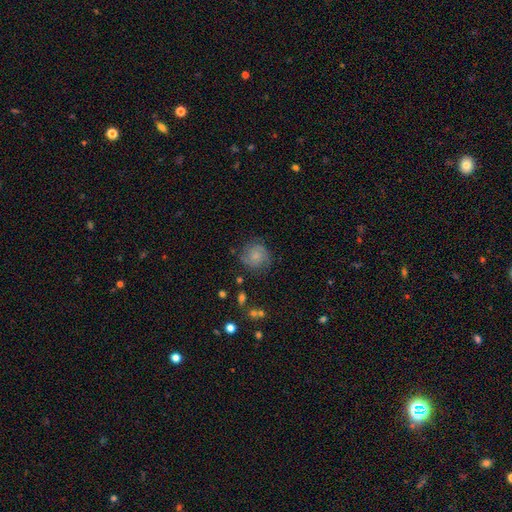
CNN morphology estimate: This is possibly a featured or disk galaxy (54%). It is clearly not viewed edge-on (98%). Bar: likely no (75%). Spiral arm pattern: clearly yes (89%). Central bulge: possibly small (51%). Merging: likely none (74%).